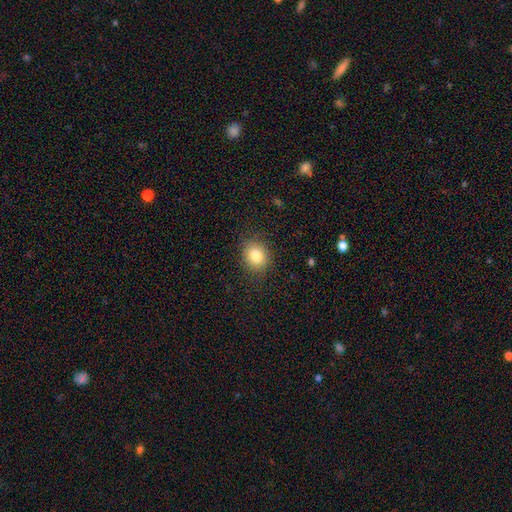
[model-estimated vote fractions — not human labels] smooth 83%, star or artifact 10%, featured or disk 7%. Down the decision tree: how rounded — round (66%); merging — none (86%).